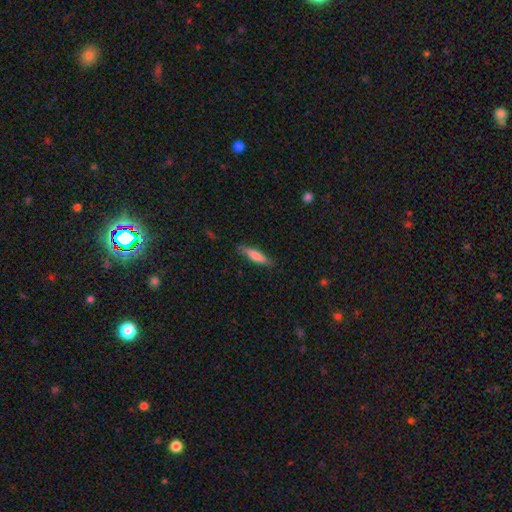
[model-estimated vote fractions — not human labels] The model was most divided on "how rounded": cigar-shaped: 72%, in between: 26%, round: 2%. More confident: merging — none (80%); smooth or featured — smooth (73%).